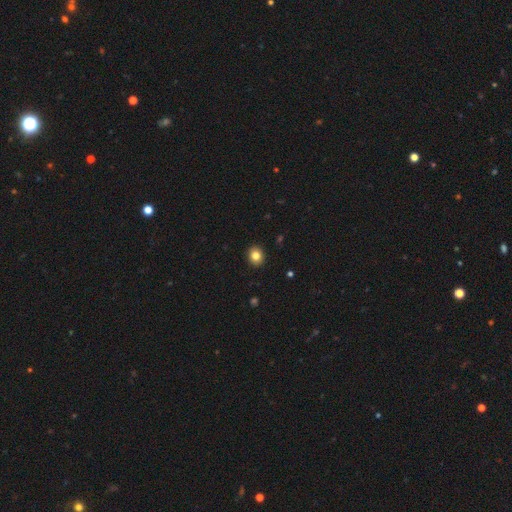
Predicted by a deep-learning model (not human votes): This is clearly a smooth galaxy (83%). How rounded: likely round (73%). Merging: clearly none (92%).